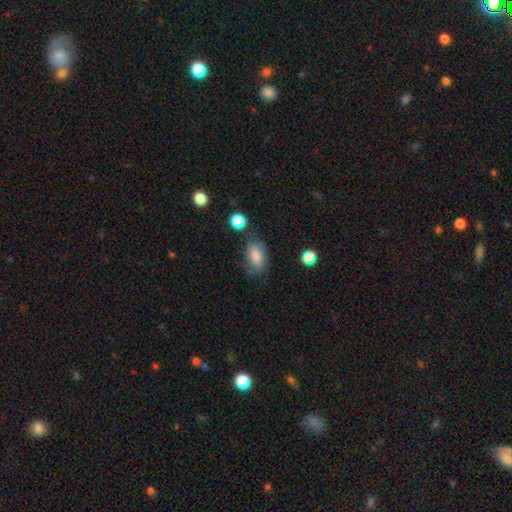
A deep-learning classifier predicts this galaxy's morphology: smooth_or_featured: smooth (p=0.77) [alt: featured or disk p=0.14]
how_rounded: in between (p=0.89) [alt: round p=0.09]
merging: none (p=0.67) [alt: minor disturbance p=0.23]